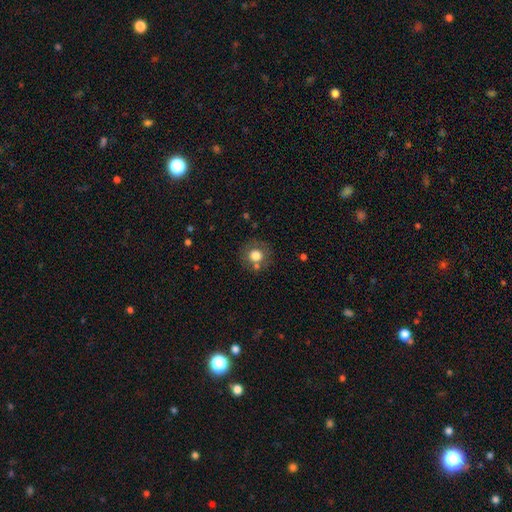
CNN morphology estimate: Smooth or featured: smooth — 75% (featured or disk — 14%)
How rounded: round — 88% (in between — 11%)
Merging: none — 70% (minor disturbance — 13%)